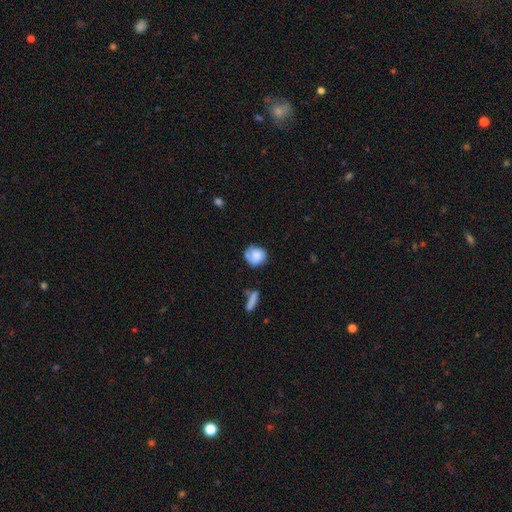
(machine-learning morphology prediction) Smooth or featured: smooth — 66% (featured or disk — 27%)
How rounded: round — 81% (in between — 18%)
Merging: none — 62% (minor disturbance — 25%)